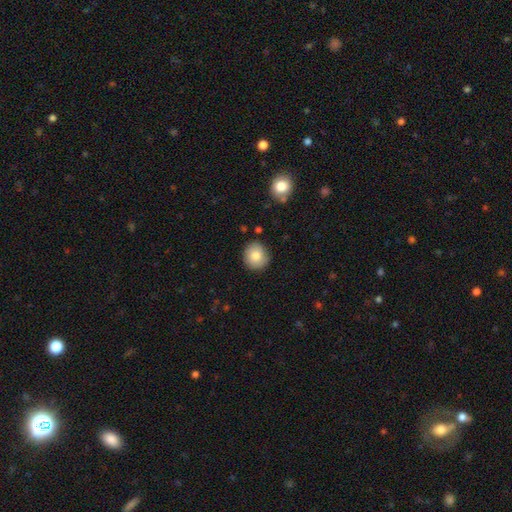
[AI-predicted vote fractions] smooth_or_featured: smooth (p=0.83) [alt: featured or disk p=0.09]
how_rounded: round (p=0.87) [alt: in between p=0.12]
merging: none (p=0.87) [alt: minor disturbance p=0.09]